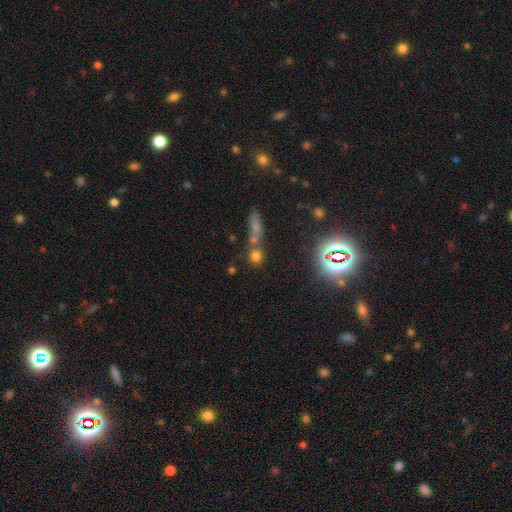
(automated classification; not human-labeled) Smooth or featured: smooth — 63% (star or artifact — 26%)
How rounded: round — 77% (in between — 15%)
Merging: none — 52% (merger — 35%)